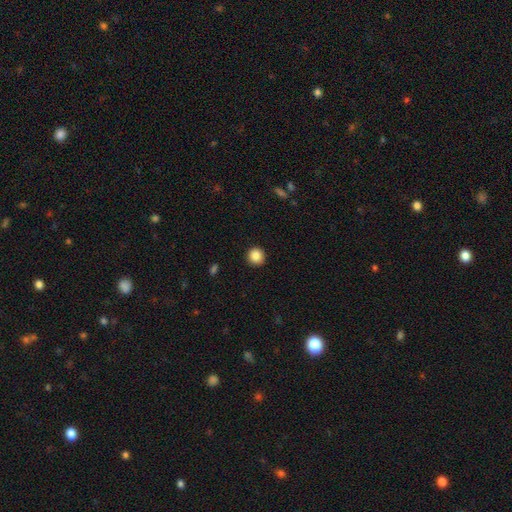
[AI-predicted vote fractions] Overall: smooth (87%). How rounded: round (93%). Merging: none (92%).